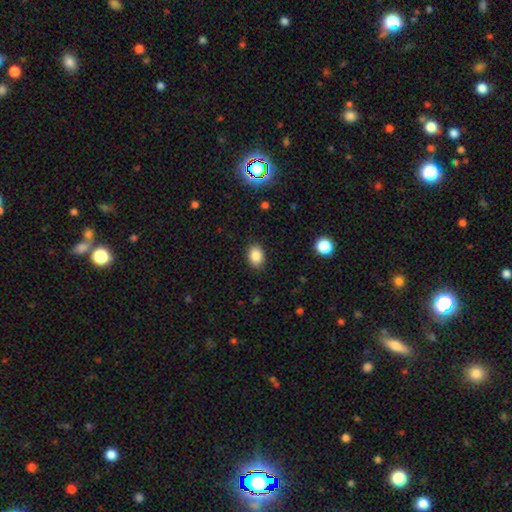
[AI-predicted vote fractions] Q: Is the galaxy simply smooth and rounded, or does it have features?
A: smooth — 86%.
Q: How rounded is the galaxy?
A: in between — 78%.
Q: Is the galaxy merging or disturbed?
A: none — 86%.